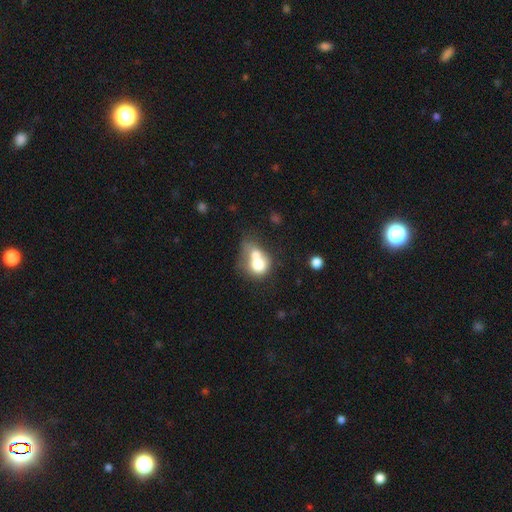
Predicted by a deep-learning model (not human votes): Smooth or featured?
  - smooth: 67% *
  - featured or disk: 23%
  - star or artifact: 9%
How rounded?
  - round: 59% *
  - in between: 40%
  - cigar-shaped: 1%
Merging?
  - merger: 69% *
  - none: 17%
  - minor disturbance: 7%
  - major disturbance: 6%